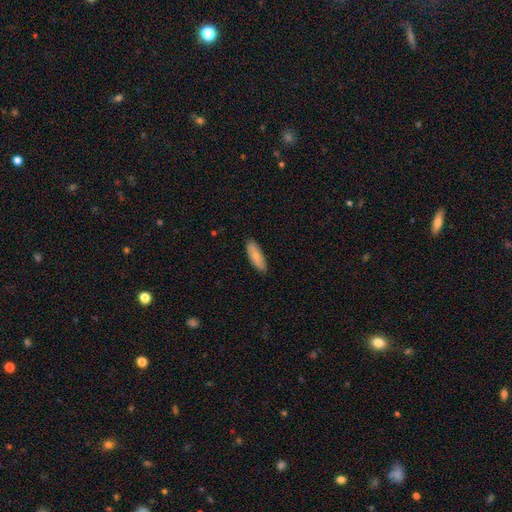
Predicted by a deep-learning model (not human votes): A smooth galaxy with no disk features (78%) that is in between round and cigar-shaped (65%). Merging: none (87%).